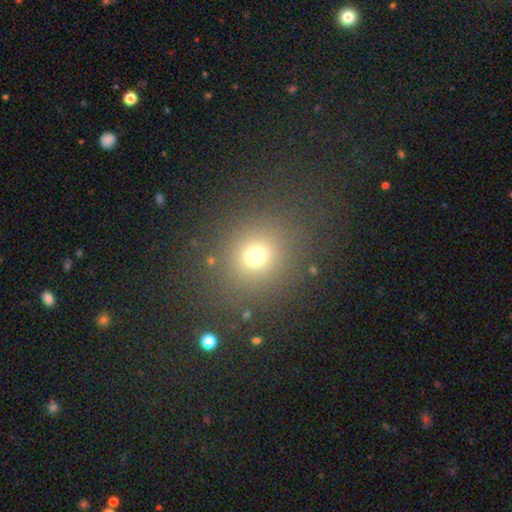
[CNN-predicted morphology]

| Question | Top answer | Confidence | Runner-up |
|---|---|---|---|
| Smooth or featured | smooth | 70% | star or artifact (21%) |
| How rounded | round | 81% | in between (18%) |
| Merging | none | 82% | minor disturbance (9%) |